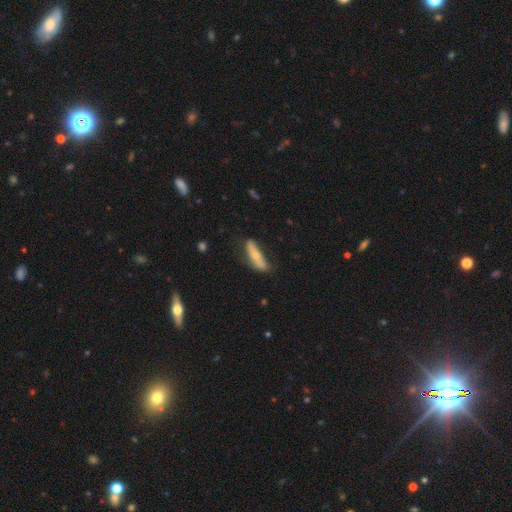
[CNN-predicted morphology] The model was most divided on "smooth or featured": smooth: 55%, featured or disk: 39%, star or artifact: 6%. More confident: merging — none (65%); how rounded — cigar-shaped (62%).